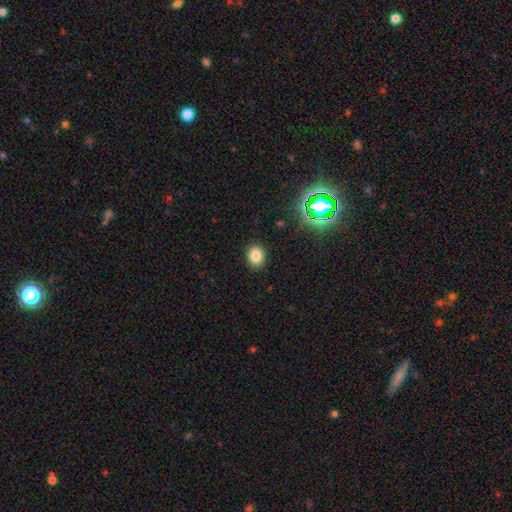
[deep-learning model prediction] smooth_or_featured: smooth (p=0.81) [alt: star or artifact p=0.13]
how_rounded: in between (p=0.52) [alt: round p=0.47]
merging: none (p=0.89) [alt: minor disturbance p=0.08]